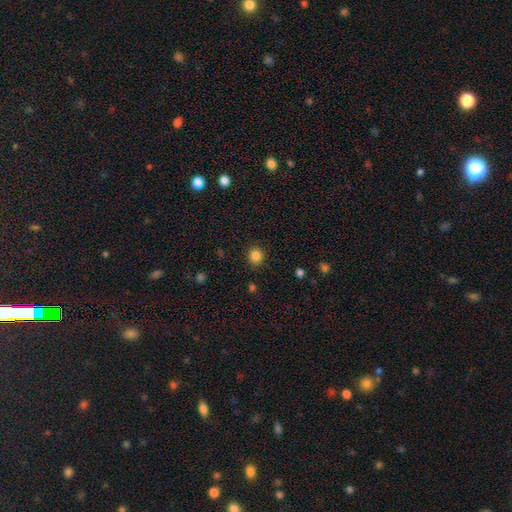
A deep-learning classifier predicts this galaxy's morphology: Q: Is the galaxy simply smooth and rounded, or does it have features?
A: smooth — 84%.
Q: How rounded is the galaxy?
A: round — 89%.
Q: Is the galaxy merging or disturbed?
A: none — 90%.